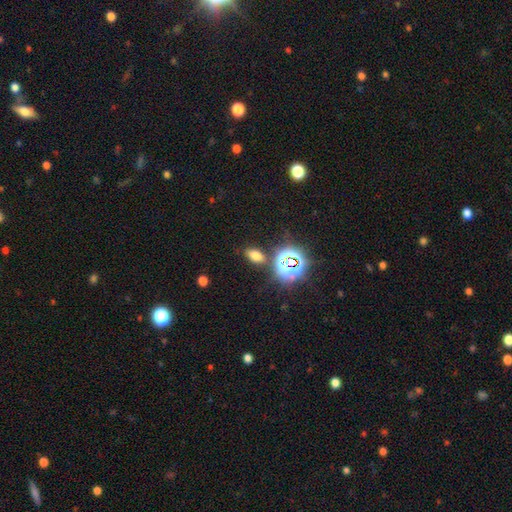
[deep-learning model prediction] A smooth galaxy with no disk features (62%) that is in between round and cigar-shaped (85%). Merging: none (82%).